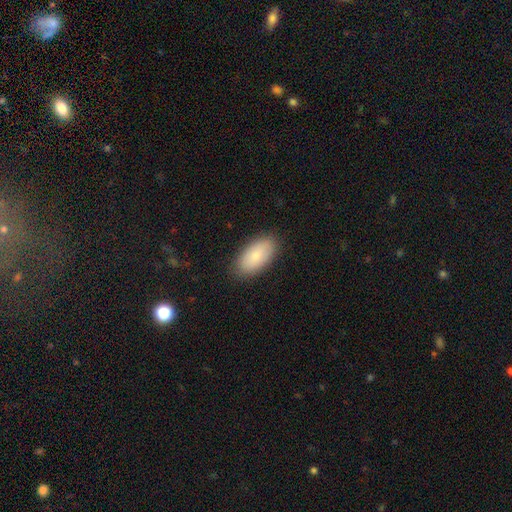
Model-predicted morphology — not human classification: This appears to be a smooth galaxy with no disk features (83%) that is in between round and cigar-shaped (95%). Merging: none (87%).